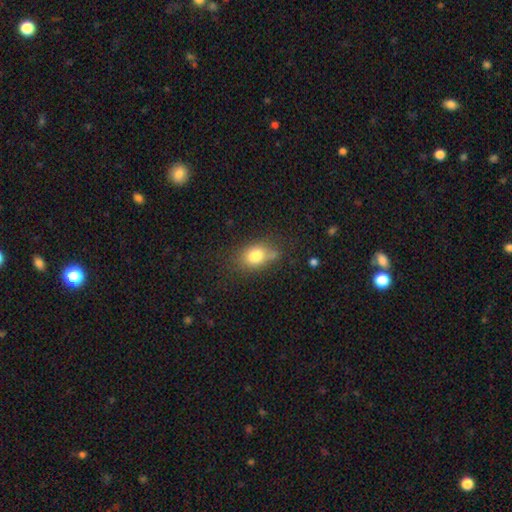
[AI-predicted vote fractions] This is likely a smooth galaxy (78%). How rounded: likely in between (70%). Merging: likely none (61%).